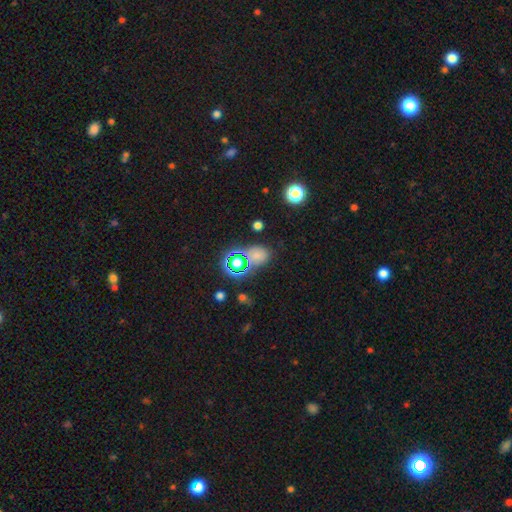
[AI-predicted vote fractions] Q: Smooth or featured?
A: smooth (57%); runner-up: star or artifact (35%)
Q: How rounded?
A: in between (50%); runner-up: round (48%)
Q: Merging?
A: none (71%); runner-up: minor disturbance (13%)